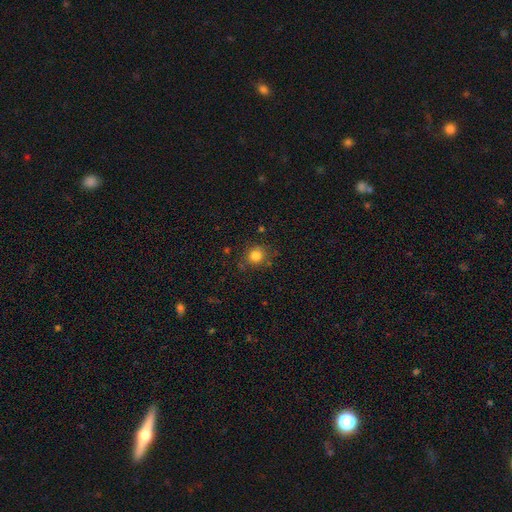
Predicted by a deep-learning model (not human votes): Smooth or featured?
  - smooth: 82% *
  - star or artifact: 12%
  - featured or disk: 6%
How rounded?
  - round: 86% *
  - in between: 13%
  - cigar-shaped: 1%
Merging?
  - none: 81% *
  - minor disturbance: 12%
  - major disturbance: 4%
  - merger: 3%